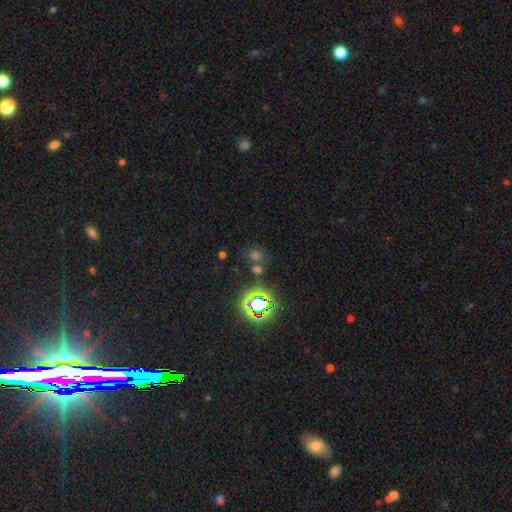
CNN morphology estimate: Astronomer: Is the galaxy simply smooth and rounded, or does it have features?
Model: star or artifact — 50% (runner-up: smooth, 40%).